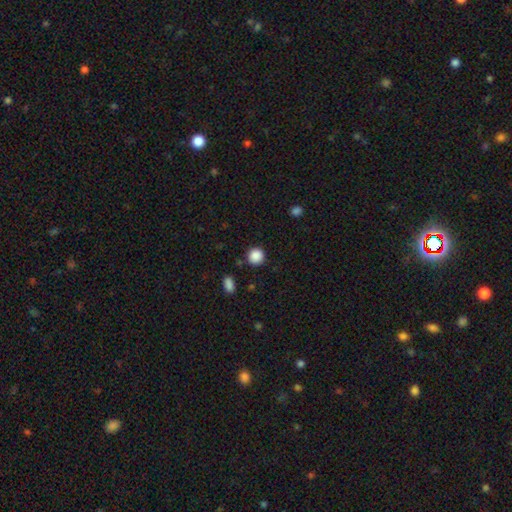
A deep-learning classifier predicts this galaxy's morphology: This appears to be a smooth galaxy with no disk features (88%) that is round (92%). Merging: none (88%).